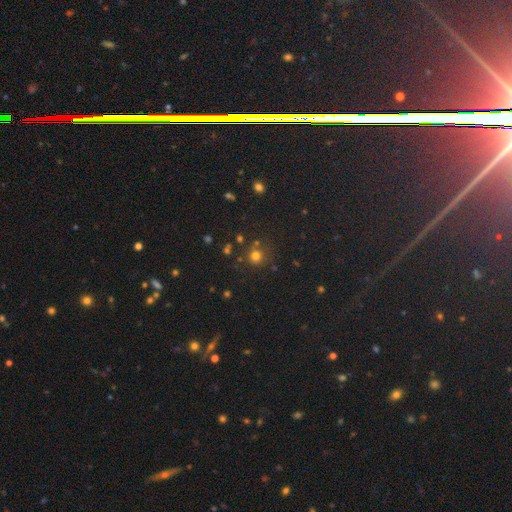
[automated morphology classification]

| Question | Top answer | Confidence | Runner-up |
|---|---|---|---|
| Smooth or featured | smooth | 70% | star or artifact (22%) |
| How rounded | round | 89% | in between (10%) |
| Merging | none | 72% | minor disturbance (12%) |